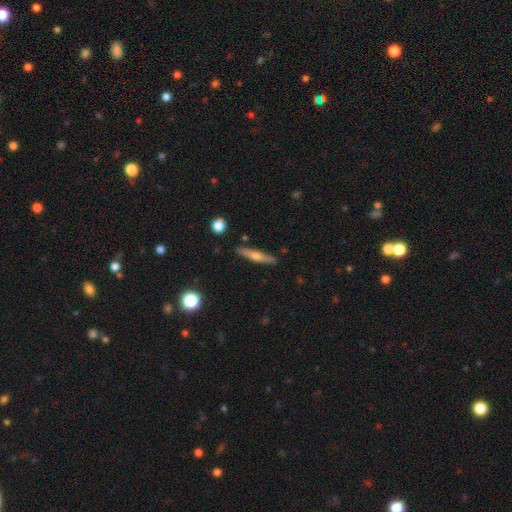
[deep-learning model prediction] Overall: featured or disk (60%; smooth 33%). Edge-on disk: yes (96%). Edge-on bulge: rounded (84%). Merging: none (89%).